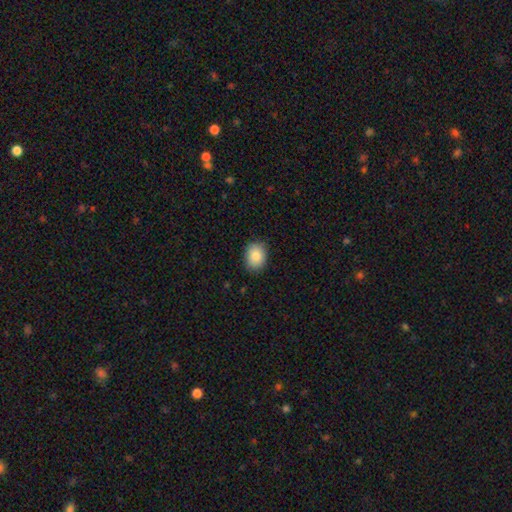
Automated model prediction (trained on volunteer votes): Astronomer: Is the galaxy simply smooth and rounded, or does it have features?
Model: smooth — 86%.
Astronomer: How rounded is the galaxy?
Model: in between — 59% (runner-up: round, 40%).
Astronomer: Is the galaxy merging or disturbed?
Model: none — 84%.